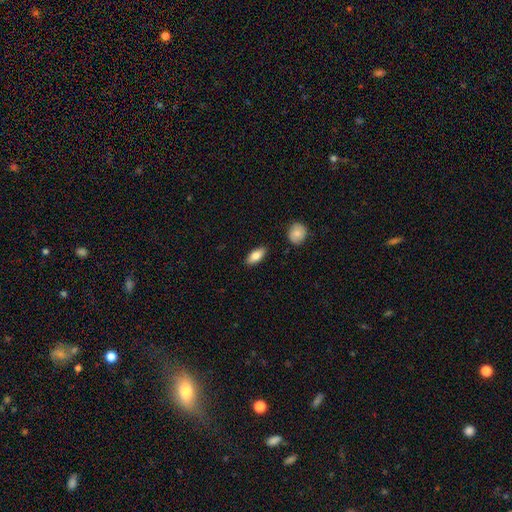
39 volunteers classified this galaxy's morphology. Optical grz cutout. It shows a smooth galaxy with no disk features (82%) that is in between round and cigar-shaped (81%). Merging: none (87%).